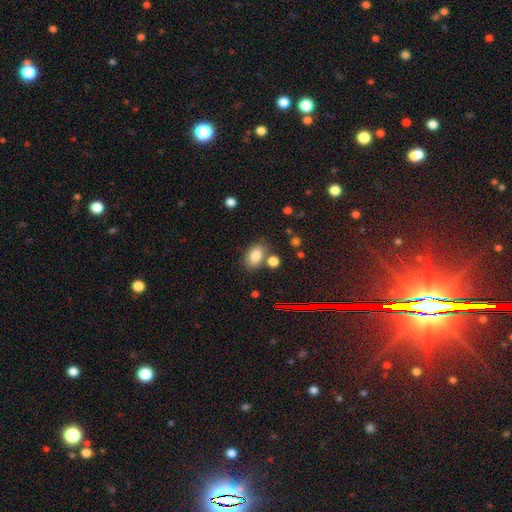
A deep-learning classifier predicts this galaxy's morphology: Q: Smooth or featured?
A: smooth (79%); runner-up: star or artifact (11%)
Q: How rounded?
A: in between (83%); runner-up: round (15%)
Q: Merging?
A: none (69%); runner-up: merger (14%)